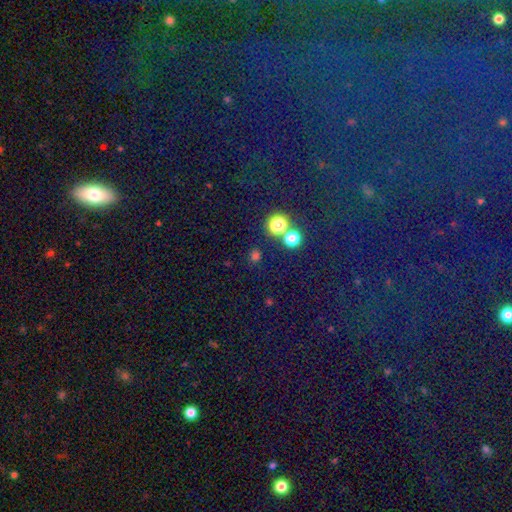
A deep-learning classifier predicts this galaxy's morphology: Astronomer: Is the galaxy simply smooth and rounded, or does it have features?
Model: smooth — 57% (runner-up: star or artifact, 37%).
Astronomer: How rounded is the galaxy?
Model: round — 87%.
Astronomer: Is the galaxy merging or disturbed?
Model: none — 80%.